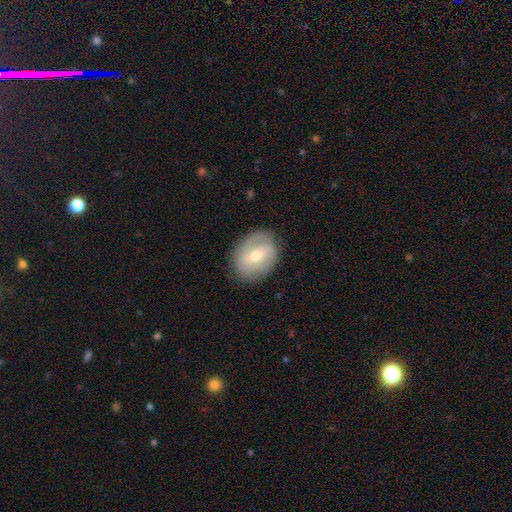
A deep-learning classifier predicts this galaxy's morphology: Q: Smooth or featured?
A: featured or disk (53%); runner-up: smooth (40%)
Q: Edge-on disk?
A: no (94%); runner-up: yes (6%)
Q: Merging?
A: none (80%); runner-up: minor disturbance (14%)